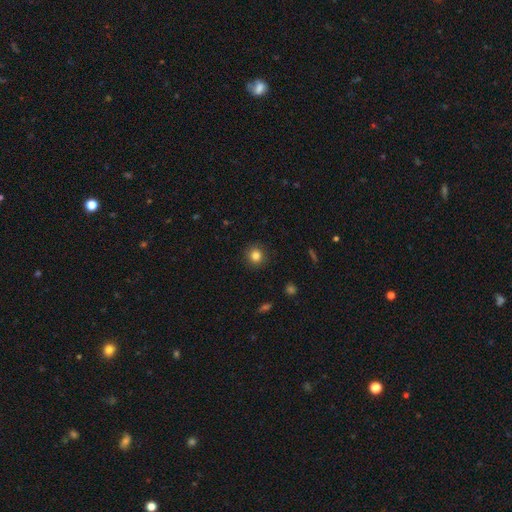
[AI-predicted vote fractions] Q: Smooth or featured?
A: smooth (83%); runner-up: star or artifact (11%)
Q: How rounded?
A: round (91%); runner-up: in between (8%)
Q: Merging?
A: none (90%); runner-up: minor disturbance (7%)